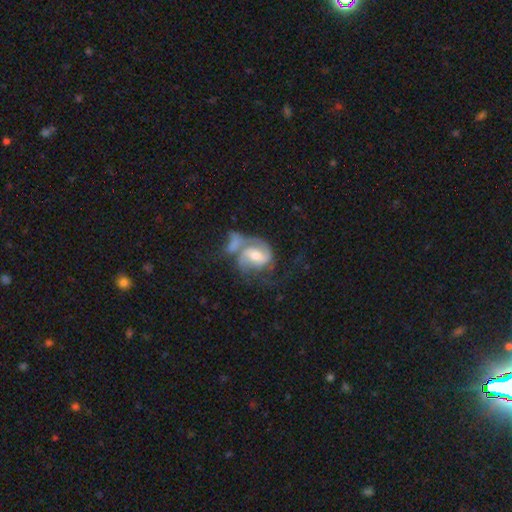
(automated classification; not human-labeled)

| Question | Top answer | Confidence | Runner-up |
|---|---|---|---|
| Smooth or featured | featured or disk | 80% | smooth (14%) |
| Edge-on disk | no | 98% | yes (2%) |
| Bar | weak | 47% | no (36%) |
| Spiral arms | yes | 92% | no (8%) |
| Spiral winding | medium | 48% | tight (29%) |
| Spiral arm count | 2 | 68% | can't tell (13%) |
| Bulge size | moderate | 59% | small (31%) |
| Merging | merger | 43% | none (23%) |